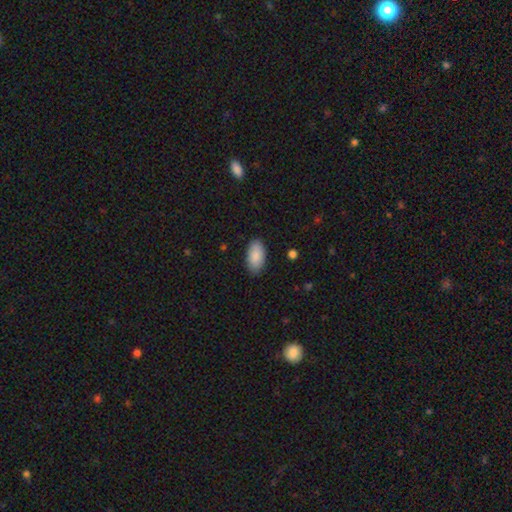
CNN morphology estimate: A smooth galaxy with no disk features (89%) that is in between round and cigar-shaped (95%). Merging: none (86%).